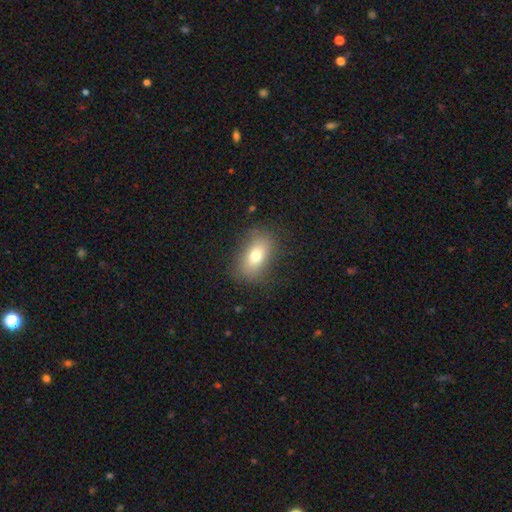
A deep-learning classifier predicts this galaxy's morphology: Q: Smooth or featured?
A: smooth (73%); runner-up: featured or disk (16%)
Q: How rounded?
A: in between (81%); runner-up: round (15%)
Q: Merging?
A: none (81%); runner-up: minor disturbance (13%)